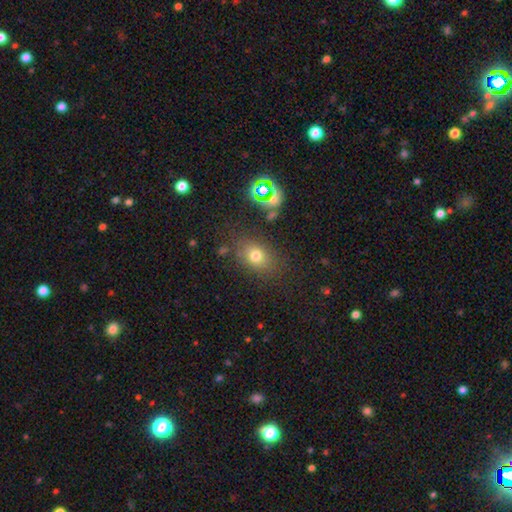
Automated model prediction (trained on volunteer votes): smooth 70%, star or artifact 18%, featured or disk 12%. Down the decision tree: how rounded — in between (59%); merging — none (76%).